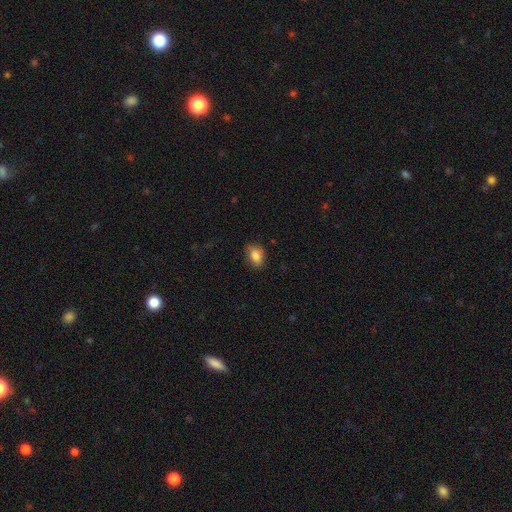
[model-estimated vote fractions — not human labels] A smooth galaxy with no disk features (86%) that is in between round and cigar-shaped (79%). Merging: none (77%).